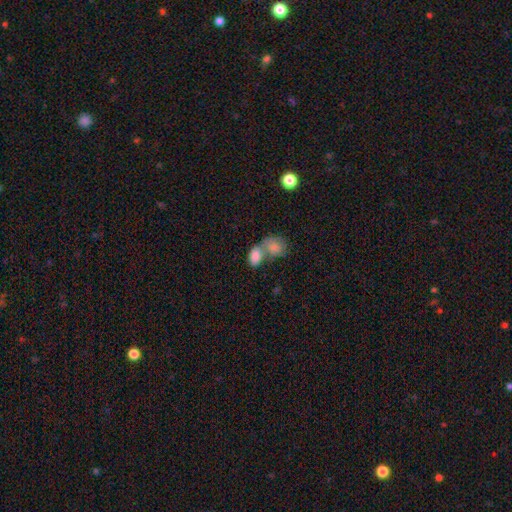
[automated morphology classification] Smooth or featured?
  - smooth: 83% *
  - featured or disk: 10%
  - star or artifact: 8%
How rounded?
  - in between: 82% *
  - round: 16%
  - cigar-shaped: 2%
Merging?
  - merger: 67% *
  - none: 21%
  - minor disturbance: 8%
  - major disturbance: 4%